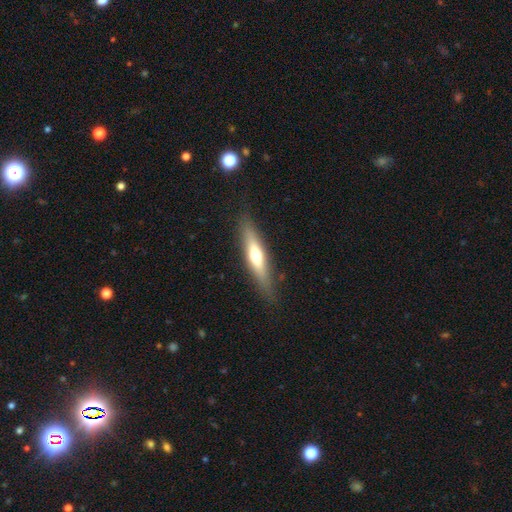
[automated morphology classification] Overall: smooth (47%, tied with featured or disk). Merging: none (85%).